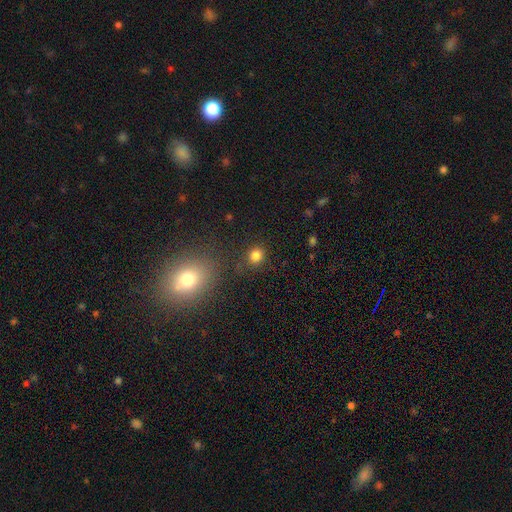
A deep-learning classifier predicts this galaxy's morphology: A smooth galaxy with no disk features (80%) that is round (85%).

Vote fractions:
- Smooth or featured? smooth: 80% / star or artifact: 15% / featured or disk: 5%
- How rounded? round: 85% / in between: 14% / cigar-shaped: 1%
- Merging? none: 84% / minor disturbance: 9% / merger: 4% / major disturbance: 4%